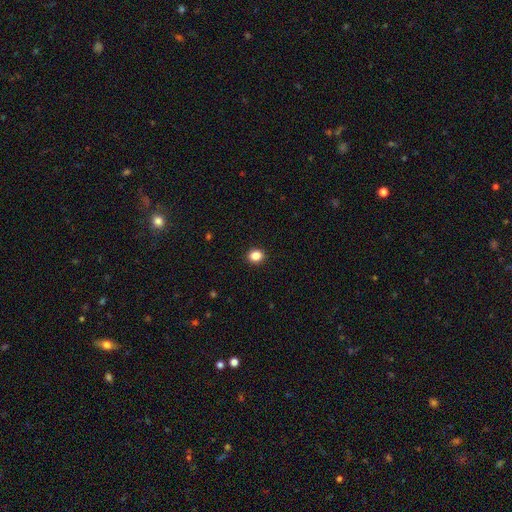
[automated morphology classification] Smooth or featured: smooth — 86% (star or artifact — 11%)
How rounded: round — 72% (in between — 27%)
Merging: none — 92% (minor disturbance — 5%)